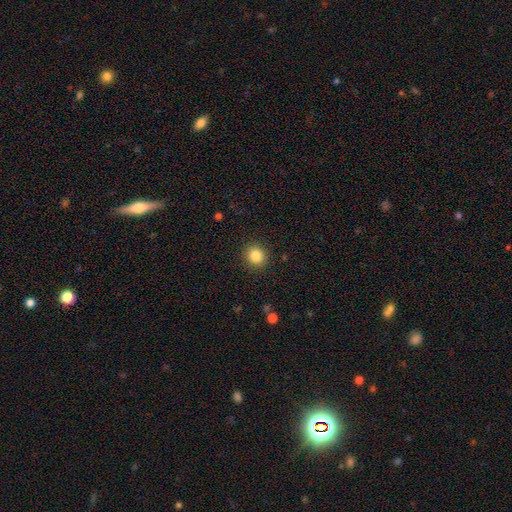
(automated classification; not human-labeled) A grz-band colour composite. It shows a smooth galaxy with no disk features (85%) that is round (87%). Merging: none (91%).